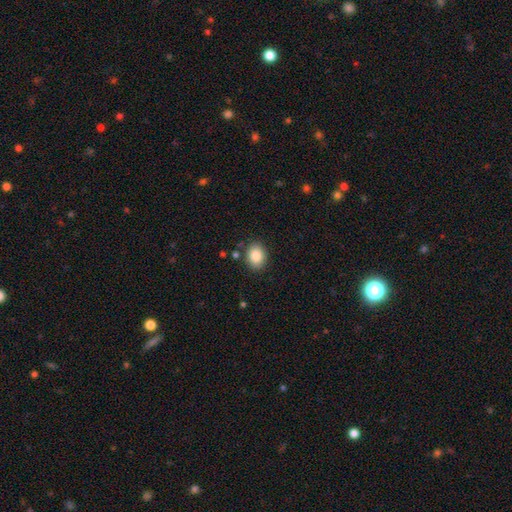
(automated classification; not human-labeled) The model was most divided on "how rounded": in between: 62%, round: 38%, cigar-shaped: 1%. More confident: smooth or featured — smooth (87%); merging — none (85%).